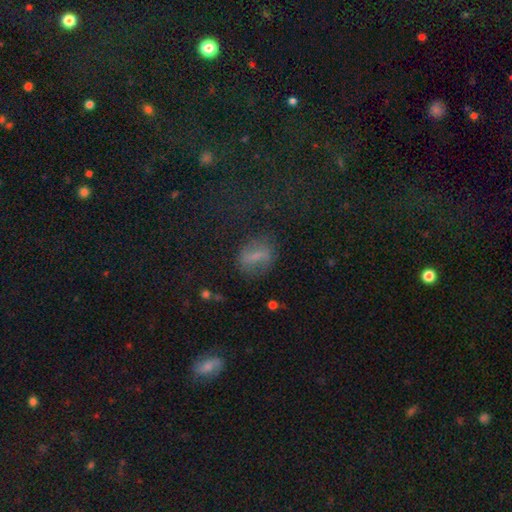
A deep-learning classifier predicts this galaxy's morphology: smooth_or_featured: smooth (p=0.54) [alt: featured or disk p=0.28]
how_rounded: in between (p=0.61) [alt: round p=0.33]
merging: none (p=0.71) [alt: minor disturbance p=0.17]